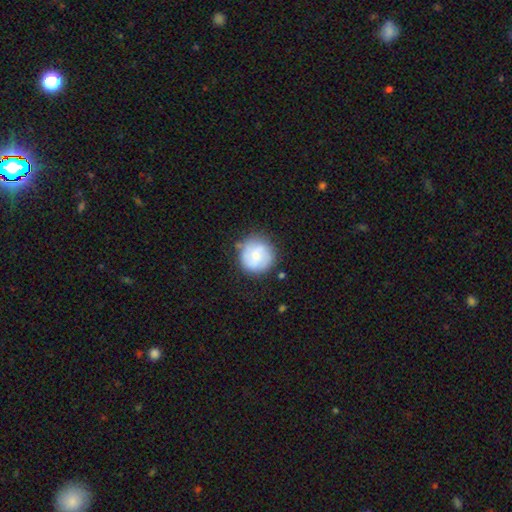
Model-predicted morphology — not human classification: Smooth or featured? smooth (55%)
How rounded? round (93%)
Merging? none (74%)